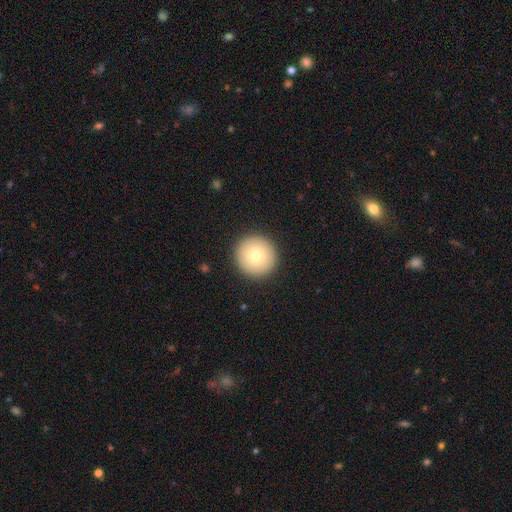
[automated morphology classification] This is likely a smooth galaxy (77%). How rounded: clearly round (96%). Merging: clearly none (93%).